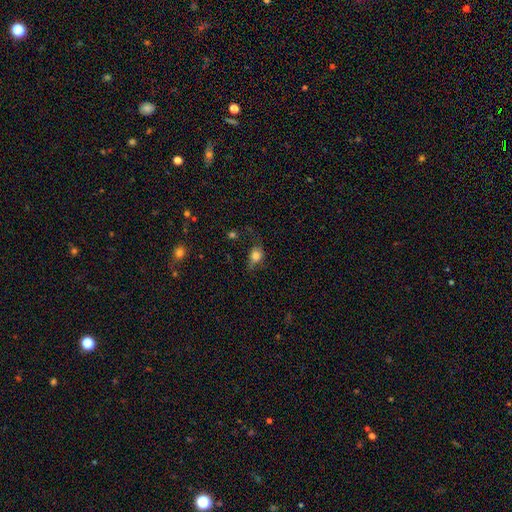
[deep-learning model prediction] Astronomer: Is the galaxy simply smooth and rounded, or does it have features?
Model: smooth — 72%.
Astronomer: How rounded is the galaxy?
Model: in between — 54% (runner-up: round, 44%).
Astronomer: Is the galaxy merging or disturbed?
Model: none — 49% (runner-up: minor disturbance, 28%).